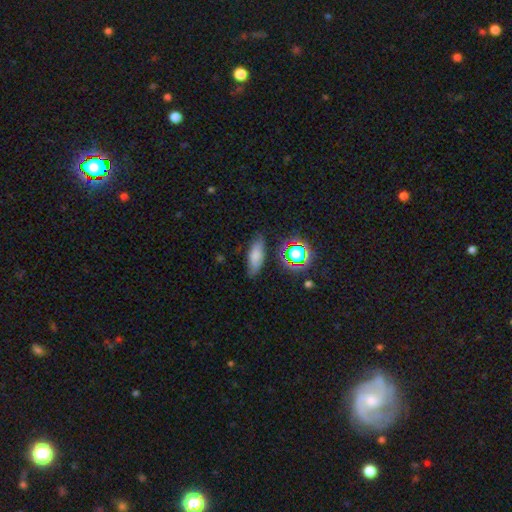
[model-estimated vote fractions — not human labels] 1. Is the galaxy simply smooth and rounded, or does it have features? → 72% smooth, 15% featured or disk, 14% star or artifact.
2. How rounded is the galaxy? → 68% in between, 27% cigar-shaped, 5% round.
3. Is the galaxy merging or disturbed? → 77% none, 16% minor disturbance, 4% major disturbance, 3% merger.